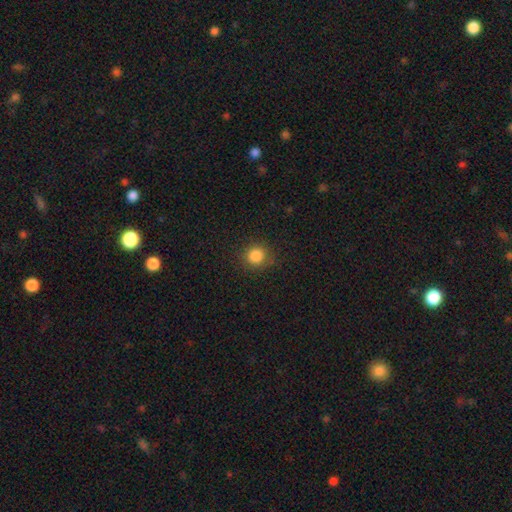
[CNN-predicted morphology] type=smooth (85%); roundness=round (90%); merging=none (87%).